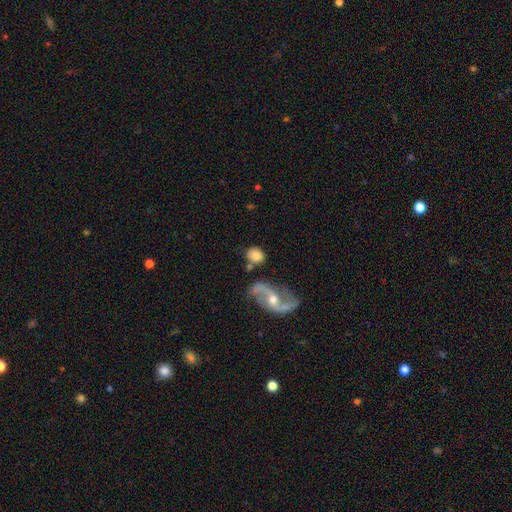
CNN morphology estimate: A smooth galaxy with no disk features (64%) that is round (61%). Merging: none (68%).